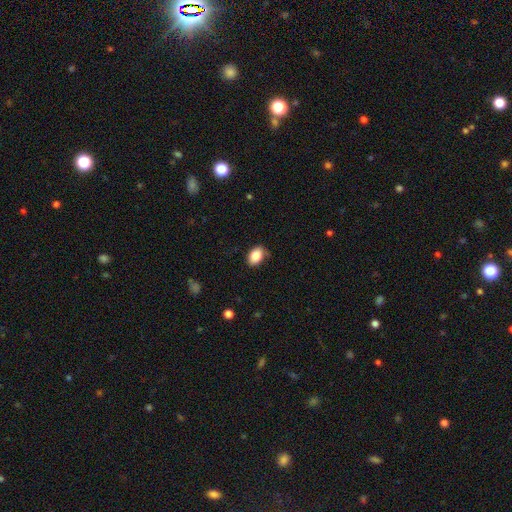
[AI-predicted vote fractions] Smooth or featured?
  - smooth: 86% *
  - star or artifact: 8%
  - featured or disk: 6%
How rounded?
  - in between: 84% *
  - round: 15%
  - cigar-shaped: 1%
Merging?
  - none: 80% *
  - minor disturbance: 16%
  - major disturbance: 3%
  - merger: 2%